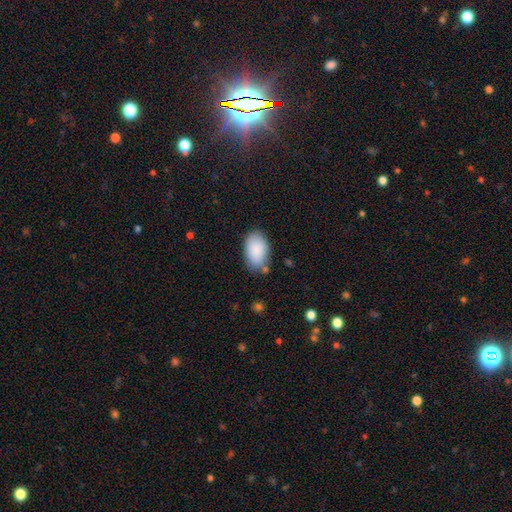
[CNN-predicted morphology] A smooth galaxy with no disk features (89%) that is in between round and cigar-shaped (94%).

Vote fractions:
- Smooth or featured? smooth: 89% / star or artifact: 6% / featured or disk: 5%
- How rounded? in between: 94% / round: 5% / cigar-shaped: 1%
- Merging? none: 76% / minor disturbance: 17% / major disturbance: 4% / merger: 3%